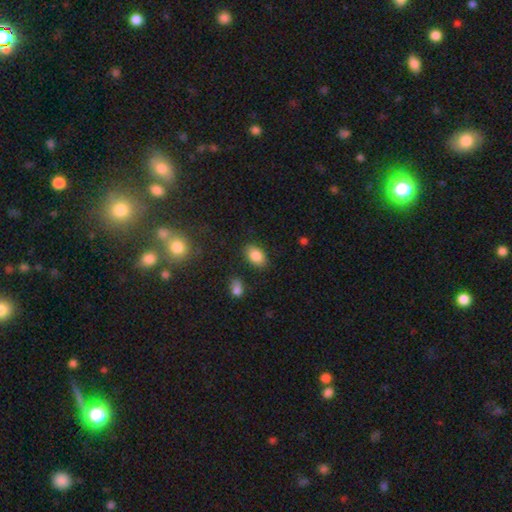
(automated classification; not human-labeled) Q: Smooth or featured?
A: smooth (85%); runner-up: star or artifact (8%)
Q: How rounded?
A: in between (89%); runner-up: round (10%)
Q: Merging?
A: none (84%); runner-up: minor disturbance (10%)